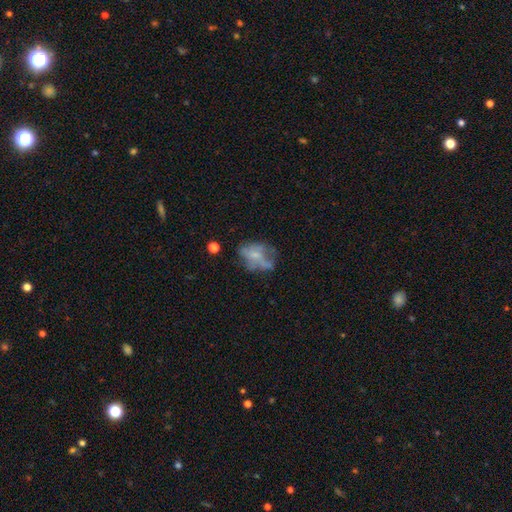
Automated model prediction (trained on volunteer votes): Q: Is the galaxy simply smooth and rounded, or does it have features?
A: featured or disk — 51%.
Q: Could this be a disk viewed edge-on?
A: no — 95%.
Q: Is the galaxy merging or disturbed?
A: none — 41%.